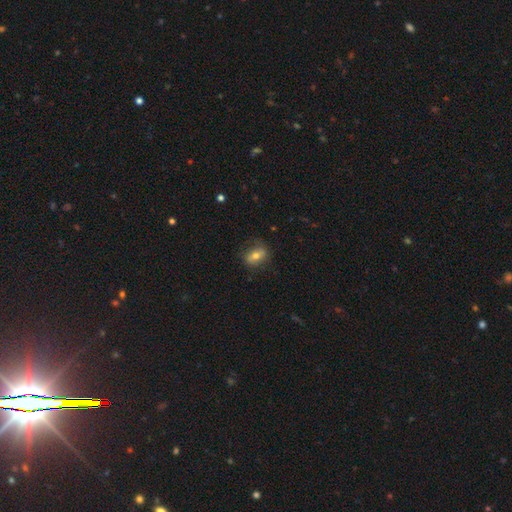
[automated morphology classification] The model was most divided on "smooth or featured": smooth: 64%, featured or disk: 27%, star or artifact: 9%. More confident: merging — none (75%); how rounded — in between (71%).